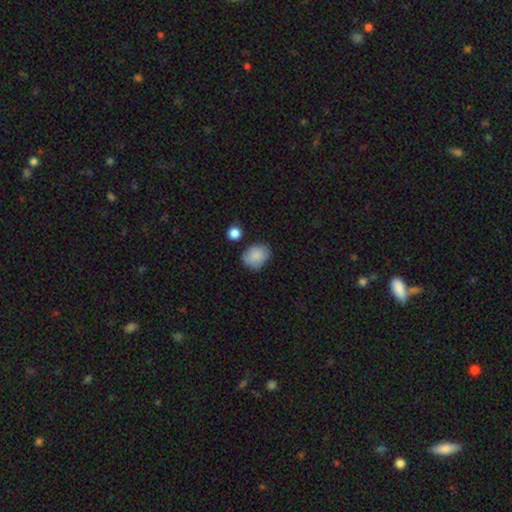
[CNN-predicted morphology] This is clearly a smooth galaxy (87%). How rounded: likely in between (63%). Merging: likely none (72%).